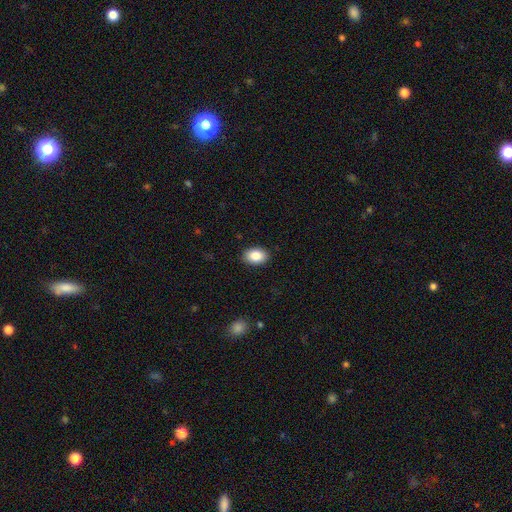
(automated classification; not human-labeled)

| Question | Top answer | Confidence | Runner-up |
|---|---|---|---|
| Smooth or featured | smooth | 86% | star or artifact (8%) |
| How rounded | in between | 84% | round (15%) |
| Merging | none | 89% | minor disturbance (8%) |